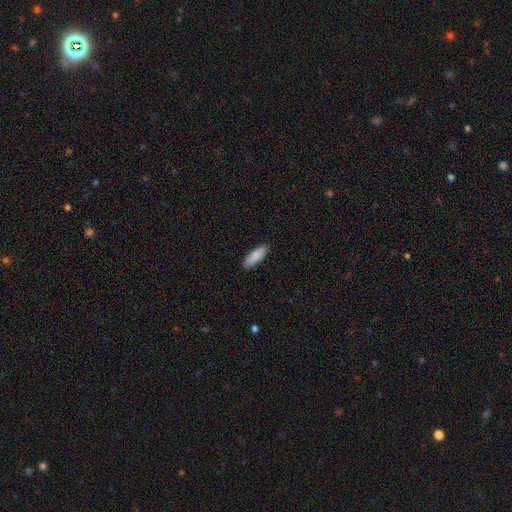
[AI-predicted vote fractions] smooth 88%, featured or disk 6%, star or artifact 6%. Down the decision tree: how rounded — in between (52%); merging — none (89%).